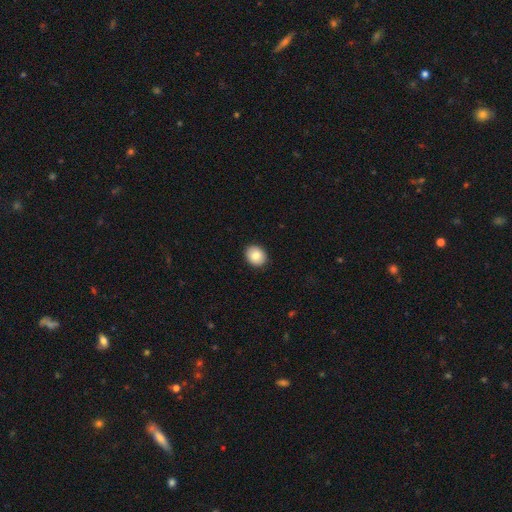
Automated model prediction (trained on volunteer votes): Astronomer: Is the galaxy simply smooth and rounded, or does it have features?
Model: smooth — 84%.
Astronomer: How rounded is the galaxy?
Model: round — 62%.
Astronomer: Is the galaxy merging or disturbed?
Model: none — 91%.